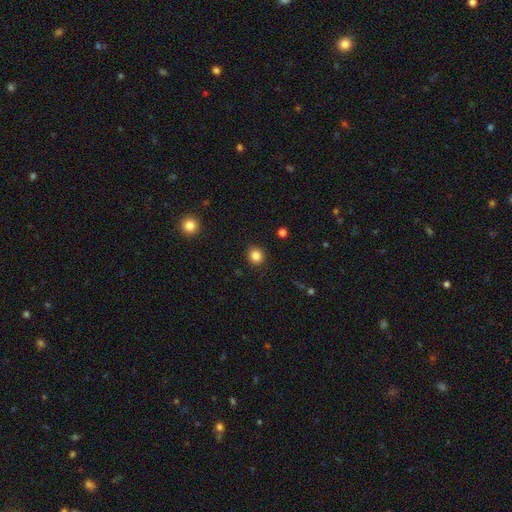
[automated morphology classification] This is clearly a smooth galaxy (84%). How rounded: clearly round (91%). Merging: clearly none (91%).